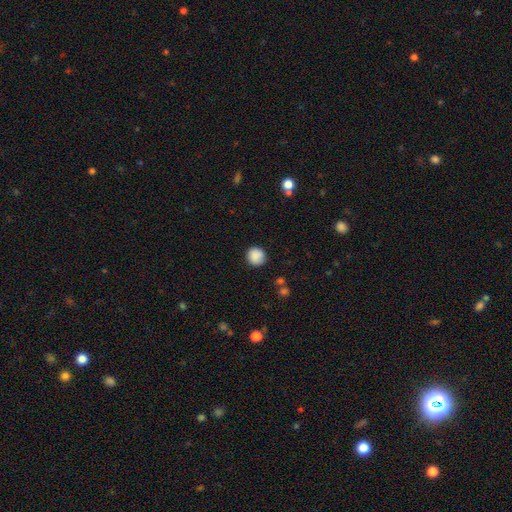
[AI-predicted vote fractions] A smooth galaxy with no disk features (86%) that is round (91%).

Vote fractions:
- Smooth or featured? smooth: 86% / star or artifact: 8% / featured or disk: 5%
- How rounded? round: 91% / in between: 8% / cigar-shaped: 1%
- Merging? none: 84% / minor disturbance: 11% / major disturbance: 3% / merger: 2%